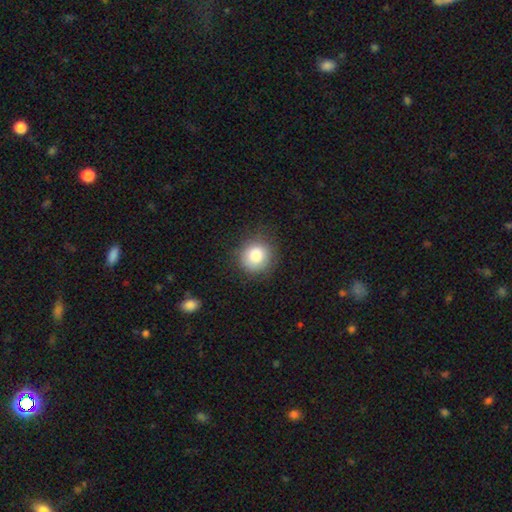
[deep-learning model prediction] Smooth or featured? Predicted: smooth (p=0.86). How rounded? Predicted: round (p=0.89). Merging? Predicted: none (p=0.81).